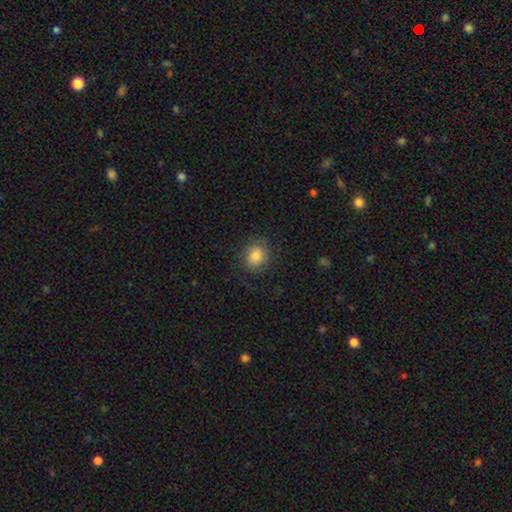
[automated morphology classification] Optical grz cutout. It shows a smooth galaxy with no disk features (81%) that is round (70%). Merging: none (80%).